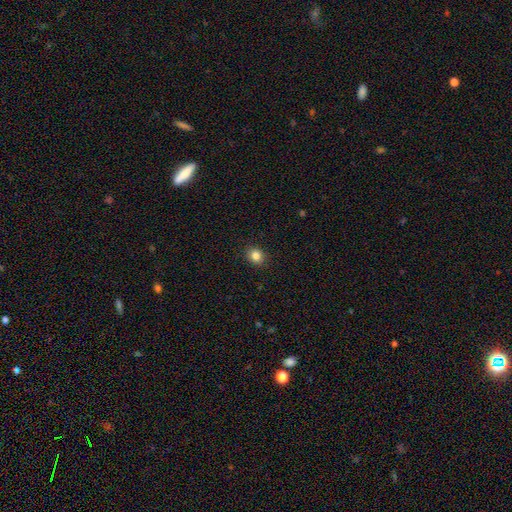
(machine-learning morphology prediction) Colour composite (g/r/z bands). It shows a smooth galaxy with no disk features (84%) that is round (63%). Merging: none (91%).